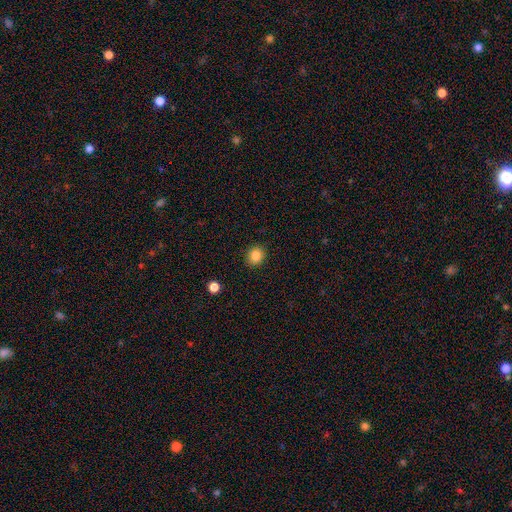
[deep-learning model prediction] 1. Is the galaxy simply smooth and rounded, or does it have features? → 86% smooth, 10% star or artifact, 4% featured or disk.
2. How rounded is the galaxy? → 74% round, 26% in between, 1% cigar-shaped.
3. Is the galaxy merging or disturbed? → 89% none, 7% minor disturbance, 2% major disturbance, 1% merger.